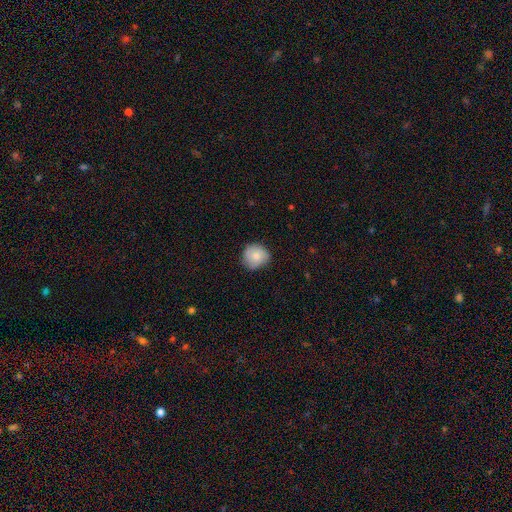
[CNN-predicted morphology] A smooth galaxy with no disk features (75%) that is round (86%). Merging: none (76%).